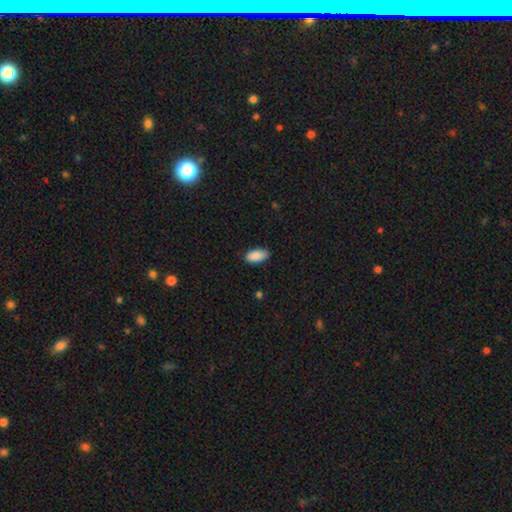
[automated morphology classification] smooth_or_featured: smooth (p=0.89) [alt: star or artifact p=0.07]
how_rounded: in between (p=0.93) [alt: cigar-shaped p=0.04]
merging: none (p=0.80) [alt: minor disturbance p=0.16]